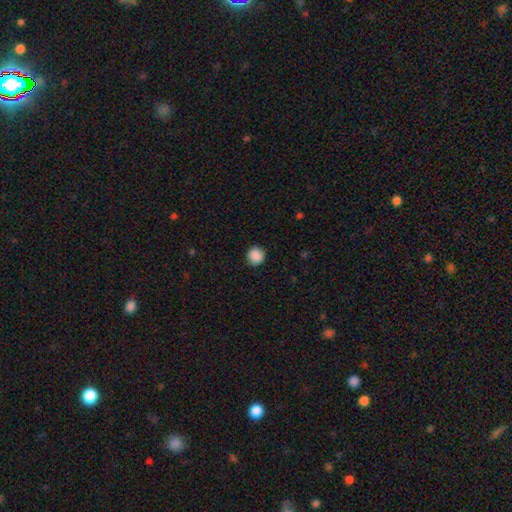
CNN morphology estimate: smooth_or_featured: smooth (p=0.89) [alt: star or artifact p=0.09]
how_rounded: round (p=0.93) [alt: in between p=0.06]
merging: none (p=0.91) [alt: minor disturbance p=0.06]